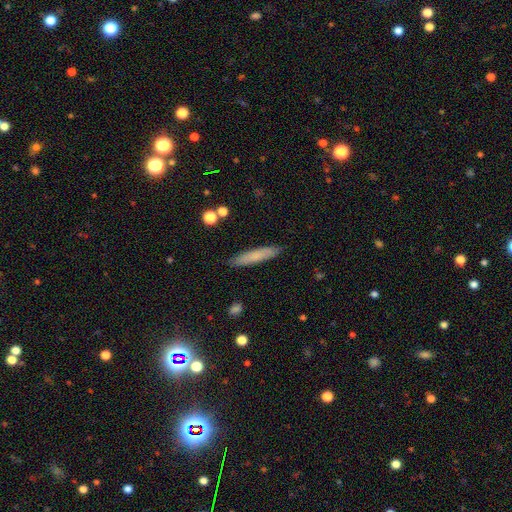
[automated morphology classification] A smooth galaxy with no disk features (73%) that is cigar-shaped (89%). Merging: none (89%).